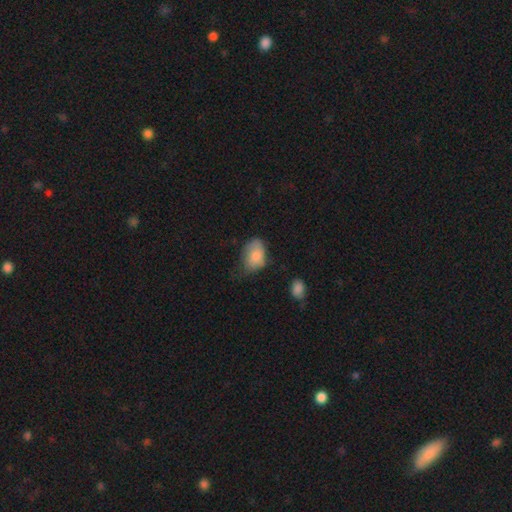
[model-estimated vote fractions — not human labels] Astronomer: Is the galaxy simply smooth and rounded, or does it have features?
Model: smooth — 81%.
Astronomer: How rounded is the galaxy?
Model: in between — 84%.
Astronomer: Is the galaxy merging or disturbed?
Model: minor disturbance — 42% (runner-up: none, 36%).